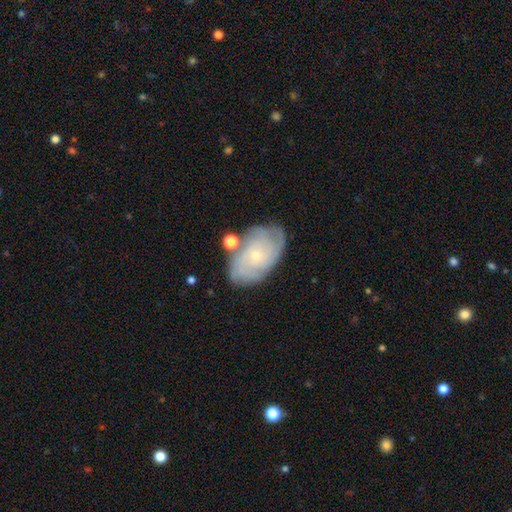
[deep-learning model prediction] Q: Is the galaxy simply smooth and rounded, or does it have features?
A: featured or disk — 72%.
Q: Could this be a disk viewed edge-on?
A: no — 96%.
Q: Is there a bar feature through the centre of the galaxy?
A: no — 80%.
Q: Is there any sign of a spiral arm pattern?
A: yes — 89%.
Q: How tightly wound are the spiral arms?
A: tight — 69%.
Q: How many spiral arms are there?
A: can't tell — 46%.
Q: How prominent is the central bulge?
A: small — 81%.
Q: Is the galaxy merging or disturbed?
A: none — 70%.